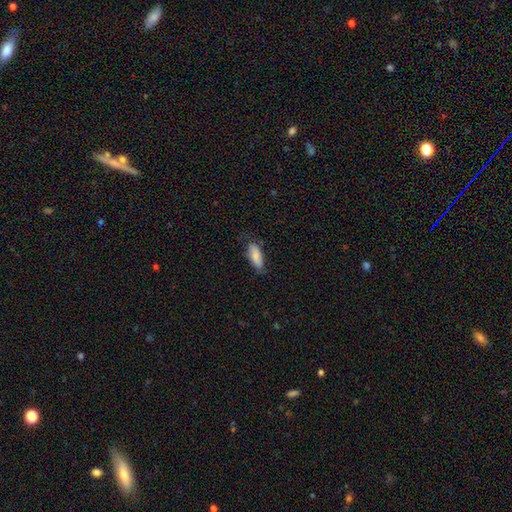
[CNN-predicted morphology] A smooth galaxy with no disk features (80%) that is in between round and cigar-shaped (78%).

Vote fractions:
- Smooth or featured? smooth: 80% / featured or disk: 14% / star or artifact: 6%
- How rounded? in between: 78% / cigar-shaped: 19% / round: 2%
- Merging? none: 62% / minor disturbance: 29% / major disturbance: 8% / merger: 1%